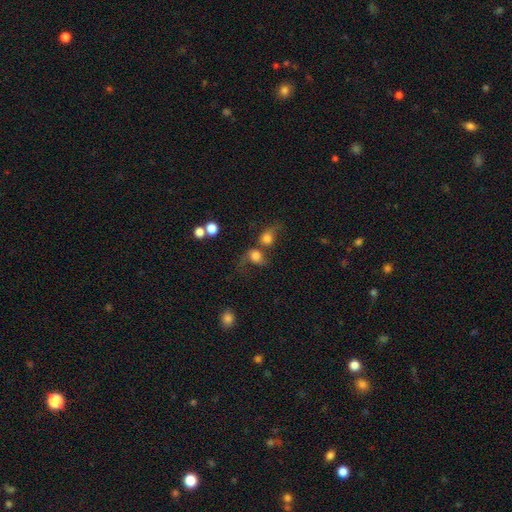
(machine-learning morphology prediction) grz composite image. It shows a smooth galaxy with no disk features (63%) that is round (64%). Merging: merger (51%).